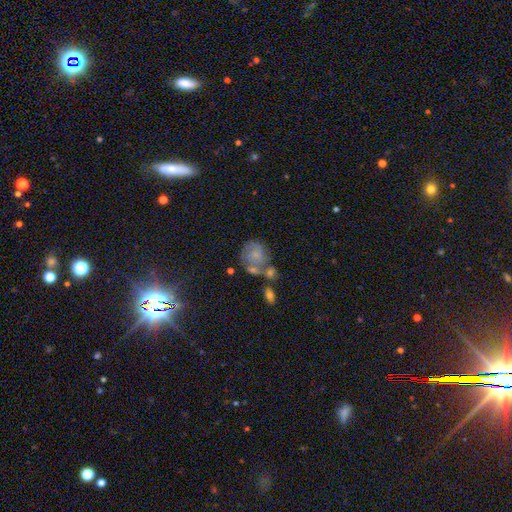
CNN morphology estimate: This is possibly a smooth galaxy (49%). Merging: marginally none (38%).